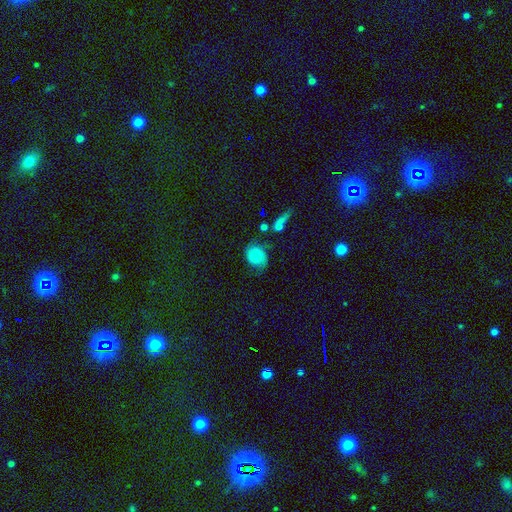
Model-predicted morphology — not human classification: smooth-or-featured: smooth: 57% | featured or disk: 33% | star or artifact: 10%
  how-rounded: round: 55% | in between: 44% | cigar-shaped: 1%
  merging: none: 50% | minor disturbance: 28% | major disturbance: 15% | merger: 6%